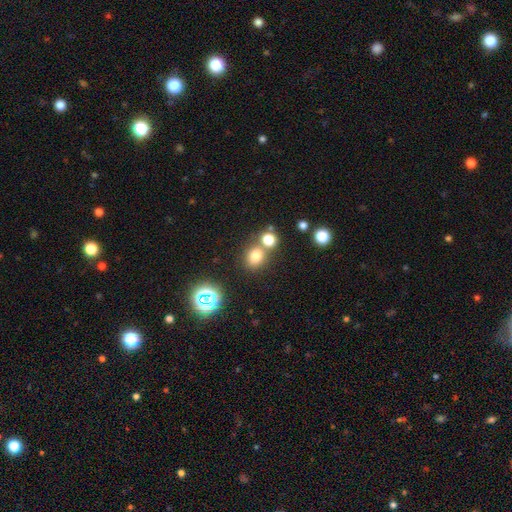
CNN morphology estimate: Smooth or featured?
  - smooth: 73% *
  - star or artifact: 19%
  - featured or disk: 8%
How rounded?
  - round: 69% *
  - in between: 30%
  - cigar-shaped: 1%
Merging?
  - none: 62% *
  - merger: 26%
  - minor disturbance: 9%
  - major disturbance: 3%